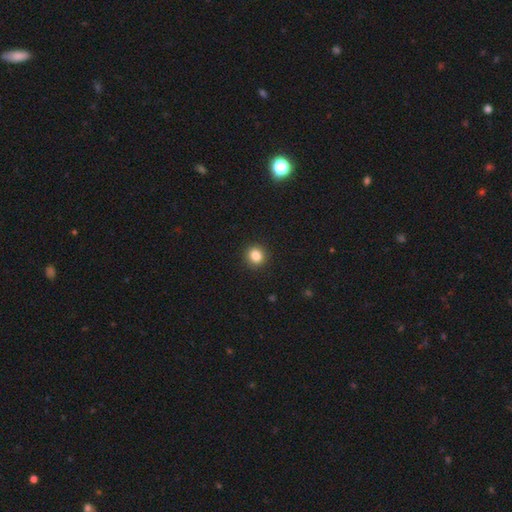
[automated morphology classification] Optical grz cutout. It shows a smooth galaxy with no disk features (84%) that is round (90%). Merging: none (93%).